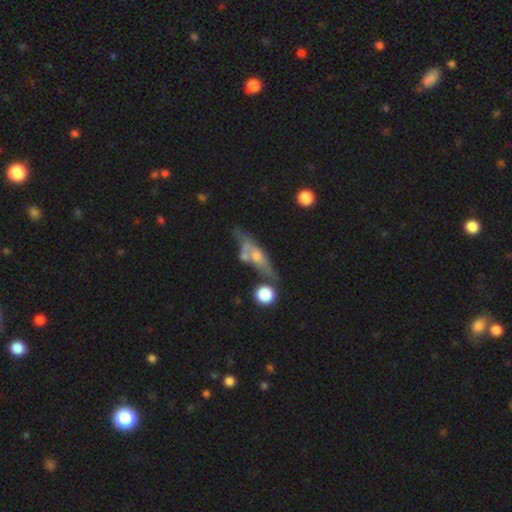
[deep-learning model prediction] This is possibly a featured or disk galaxy (55%). It is likely viewed edge-on (61%). Merging: possibly none (46%).